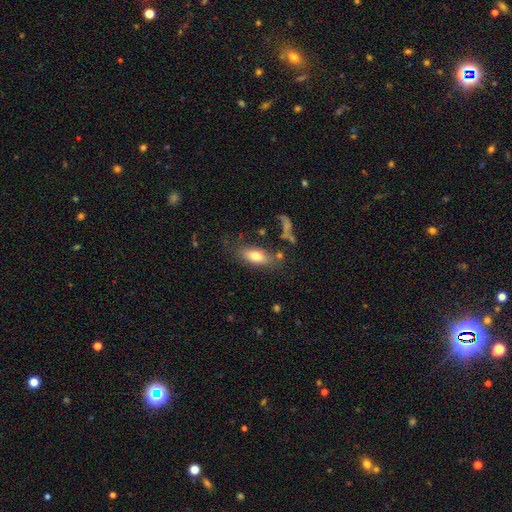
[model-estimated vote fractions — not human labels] This appears to be a smooth galaxy with no disk features (73%) that is in between round and cigar-shaped (82%). Merging: none (69%).